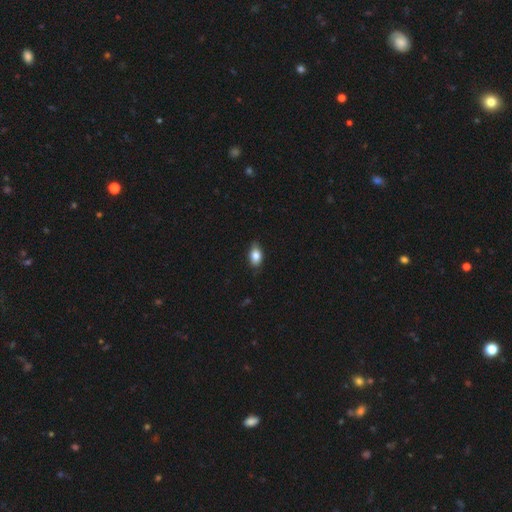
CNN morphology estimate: Overall: smooth (81%). How rounded: in between (89%). Merging: none (81%).